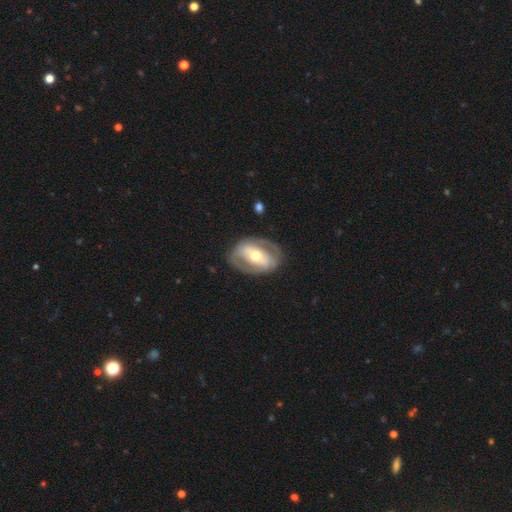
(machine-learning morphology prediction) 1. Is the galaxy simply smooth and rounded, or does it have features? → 70% featured or disk, 25% smooth, 5% star or artifact.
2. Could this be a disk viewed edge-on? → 94% no, 6% yes.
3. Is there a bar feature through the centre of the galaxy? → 40% strong, 31% no, 29% weak.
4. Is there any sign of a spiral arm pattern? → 52% no, 48% yes.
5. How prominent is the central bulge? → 71% moderate, 16% small, 11% large, 1% dominant, 1% none.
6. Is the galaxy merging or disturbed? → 77% none, 14% minor disturbance, 8% major disturbance, 1% merger.